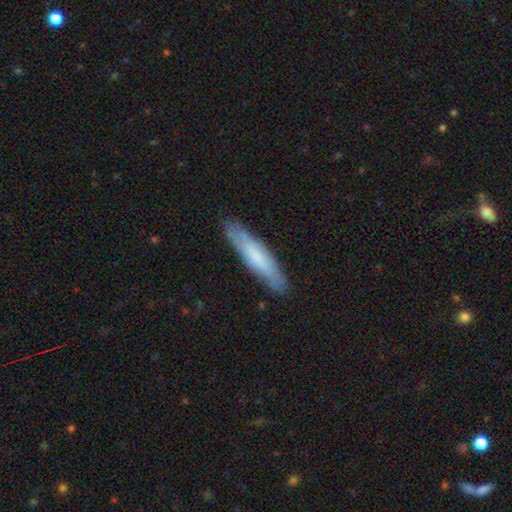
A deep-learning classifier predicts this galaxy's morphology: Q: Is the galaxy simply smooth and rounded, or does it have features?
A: smooth — 65%.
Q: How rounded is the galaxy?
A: cigar-shaped — 85%.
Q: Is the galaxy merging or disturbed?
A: none — 86%.